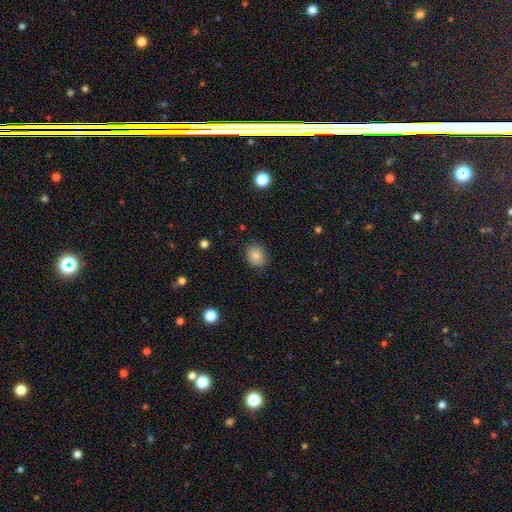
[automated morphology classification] type=smooth (85%); roundness=round (56%); merging=none (87%).